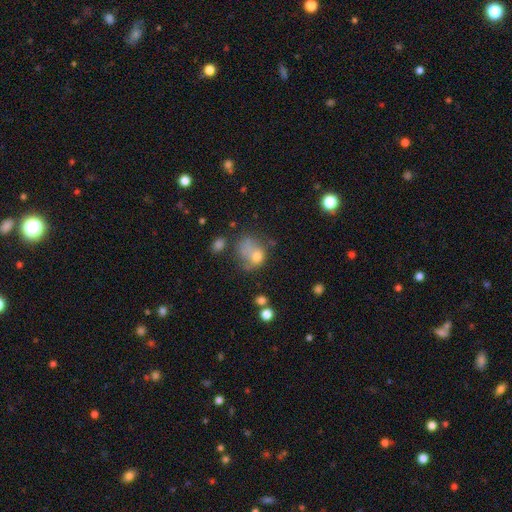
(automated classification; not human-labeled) Q: Smooth or featured?
A: smooth (64%); runner-up: featured or disk (21%)
Q: How rounded?
A: in between (54%); runner-up: round (44%)
Q: Merging?
A: major disturbance (32%); runner-up: none (25%)